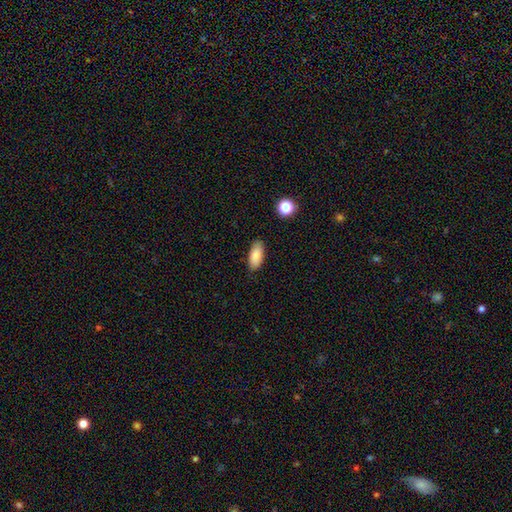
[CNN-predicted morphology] smooth 86%, star or artifact 8%, featured or disk 7%. Down the decision tree: how rounded — in between (89%); merging — none (85%).